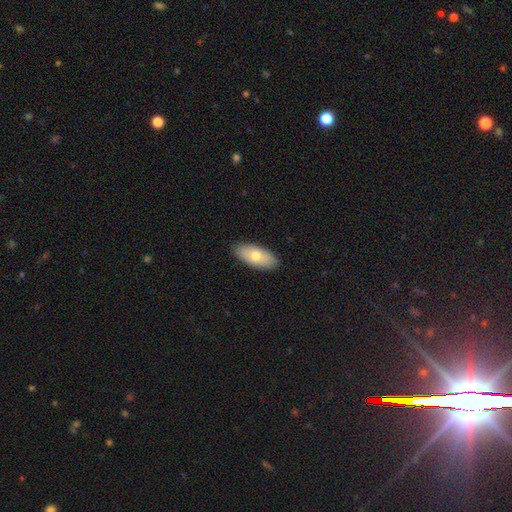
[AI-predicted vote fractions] Morphology: type=smooth (74%); roundness=in between (89%); merging=none (89%).